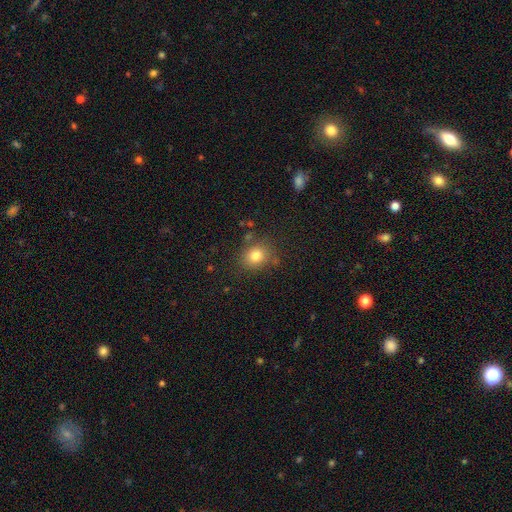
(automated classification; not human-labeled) Morphology: type=smooth (79%); roundness=round (71%); merging=none (77%).